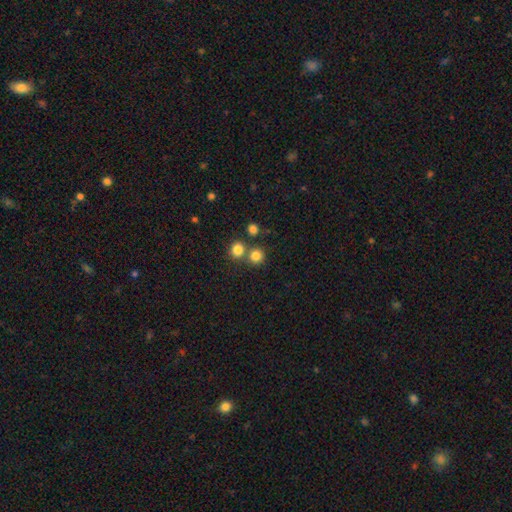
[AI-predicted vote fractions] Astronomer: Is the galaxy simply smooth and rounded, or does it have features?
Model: smooth — 81%.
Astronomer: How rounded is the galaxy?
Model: round — 91%.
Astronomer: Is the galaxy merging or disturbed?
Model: none — 68%.